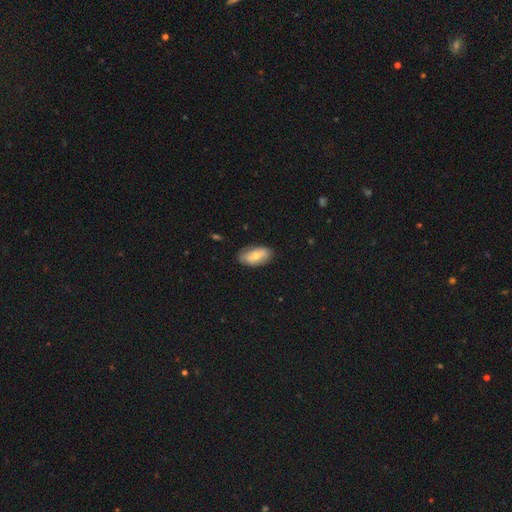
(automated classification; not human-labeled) smooth_or_featured: smooth (p=0.64) [alt: featured or disk p=0.30]
how_rounded: in between (p=0.93) [alt: round p=0.04]
merging: none (p=0.78) [alt: minor disturbance p=0.18]